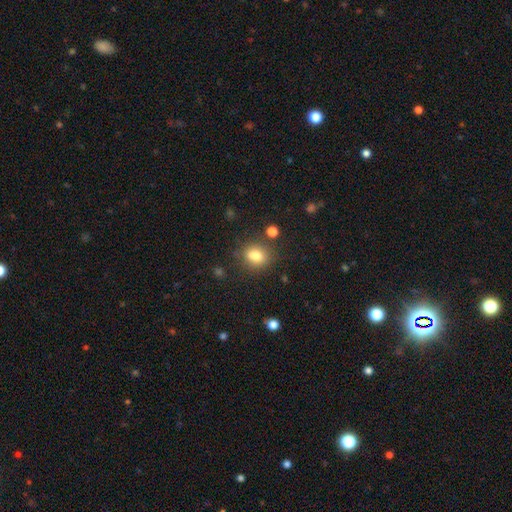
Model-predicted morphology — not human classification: Smooth or featured? smooth (78%)
How rounded? round (65%)
Merging? none (74%)